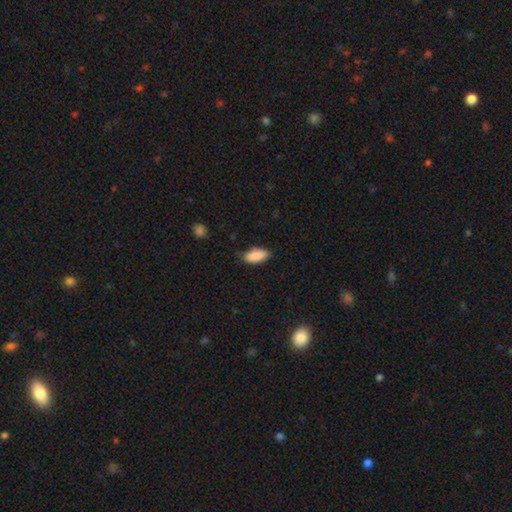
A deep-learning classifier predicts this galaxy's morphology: This is clearly a smooth galaxy (88%). How rounded: clearly in between (88%). Merging: likely none (68%).